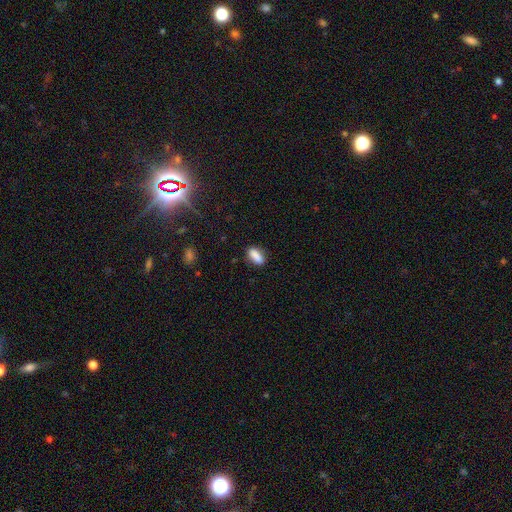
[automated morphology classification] smooth_or_featured: smooth (p=0.86) [alt: star or artifact p=0.08]
how_rounded: in between (p=0.73) [alt: cigar-shaped p=0.23]
merging: none (p=0.82) [alt: minor disturbance p=0.12]